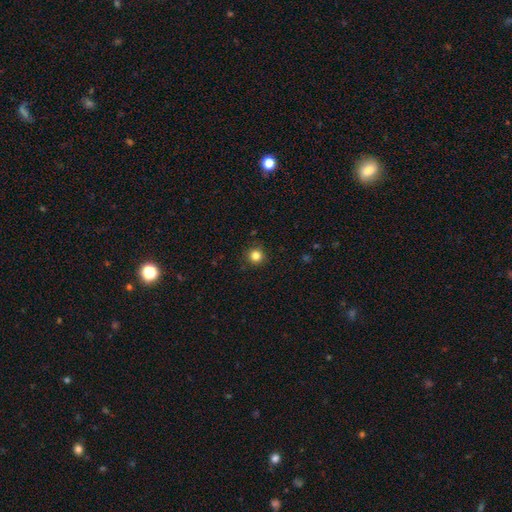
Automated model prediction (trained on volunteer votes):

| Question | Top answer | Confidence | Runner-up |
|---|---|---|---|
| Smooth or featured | smooth | 83% | star or artifact (12%) |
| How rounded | round | 95% | in between (4%) |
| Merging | none | 91% | minor disturbance (6%) |